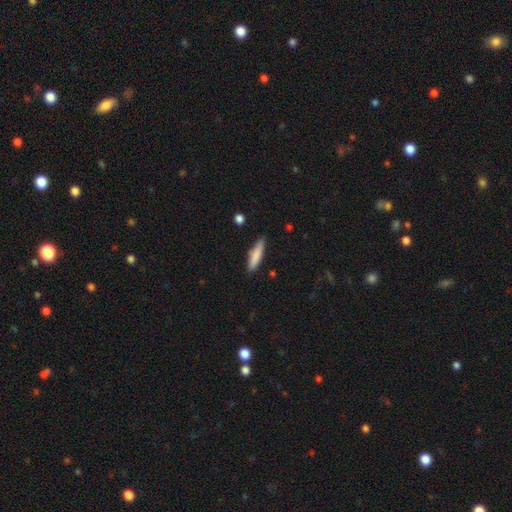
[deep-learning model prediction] smooth 81%, featured or disk 13%, star or artifact 6%. Down the decision tree: how rounded — cigar-shaped (77%); merging — none (82%).